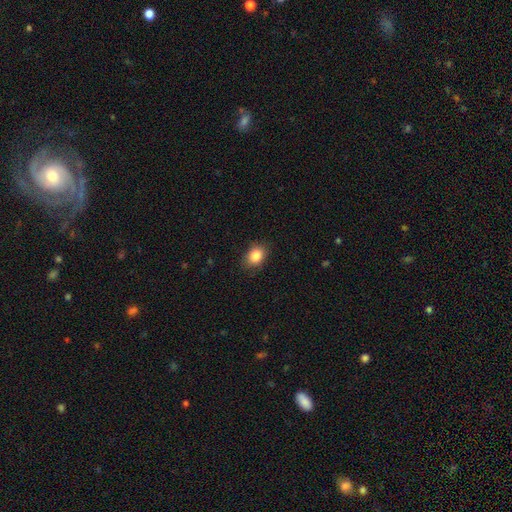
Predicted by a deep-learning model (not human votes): The model was most divided on "how rounded": in between: 64%, round: 35%, cigar-shaped: 1%. More confident: smooth or featured — smooth (86%); merging — none (83%).